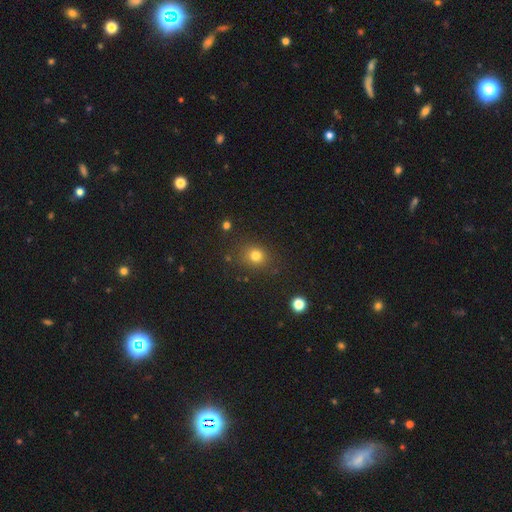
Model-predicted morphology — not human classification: smooth_or_featured: smooth (p=0.78) [alt: star or artifact p=0.15]
how_rounded: round (p=0.69) [alt: in between p=0.29]
merging: none (p=0.83) [alt: minor disturbance p=0.11]